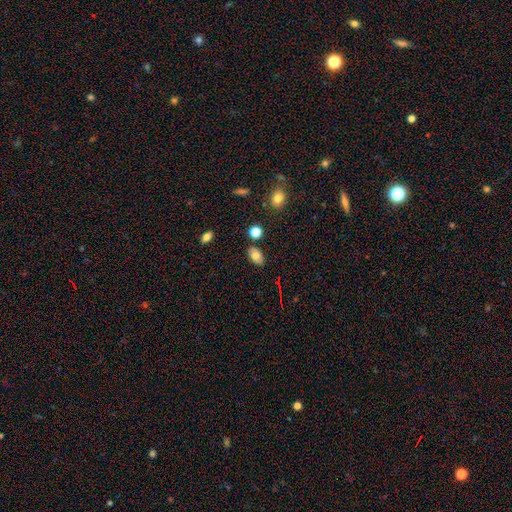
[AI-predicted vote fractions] A smooth galaxy with no disk features (74%) that is in between round and cigar-shaped (88%). Merging: none (82%).